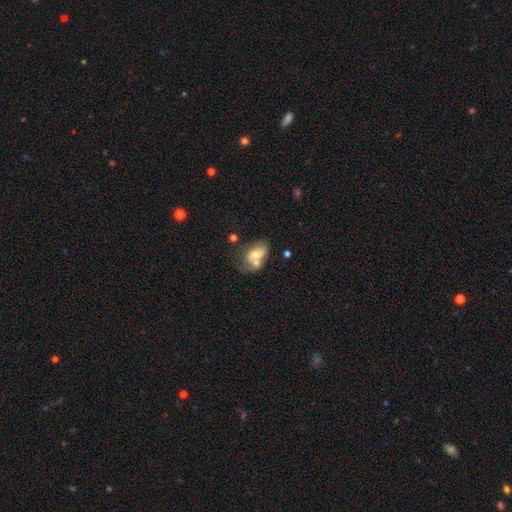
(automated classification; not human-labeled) A smooth galaxy with no disk features (52%) that is in between round and cigar-shaped (84%).

Vote fractions:
- Smooth or featured? smooth: 52% / featured or disk: 39% / star or artifact: 9%
- How rounded? in between: 84% / round: 14% / cigar-shaped: 2%
- Merging? merger: 47% / none: 24% / minor disturbance: 16% / major disturbance: 13%